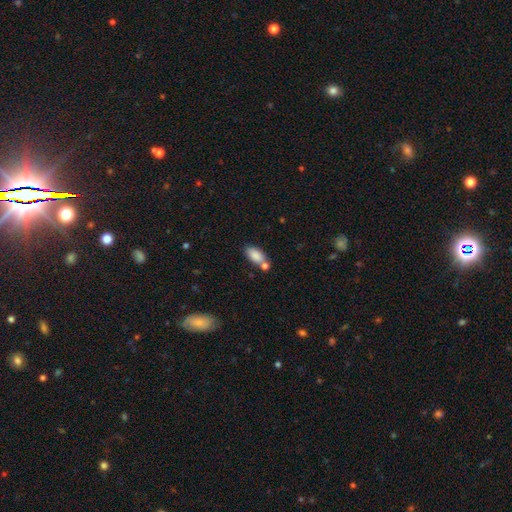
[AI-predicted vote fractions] smooth 86%, star or artifact 8%, featured or disk 7%. Down the decision tree: how rounded — in between (90%); merging — none (56%).